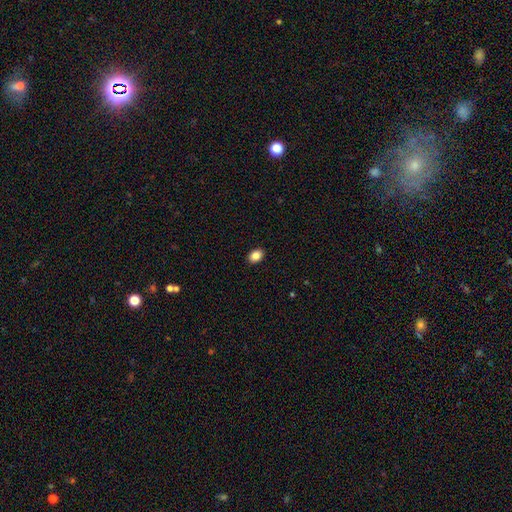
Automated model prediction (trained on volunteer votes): A smooth galaxy with no disk features (86%) that is in between round and cigar-shaped (76%).

Vote fractions:
- Smooth or featured? smooth: 86% / star or artifact: 8% / featured or disk: 5%
- How rounded? in between: 76% / round: 23% / cigar-shaped: 1%
- Merging? none: 91% / minor disturbance: 7% / major disturbance: 2% / merger: 1%